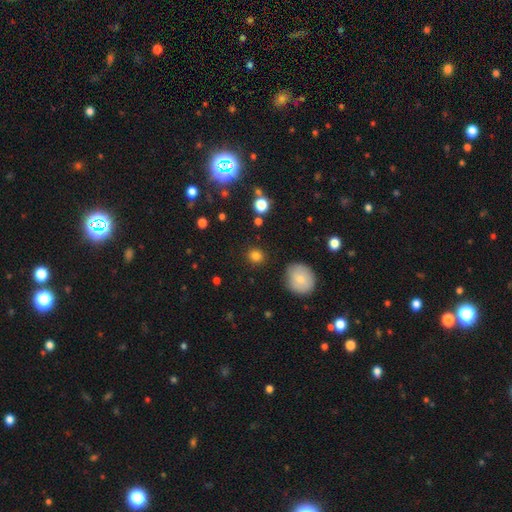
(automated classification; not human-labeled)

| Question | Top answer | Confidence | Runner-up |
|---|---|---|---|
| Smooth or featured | smooth | 82% | star or artifact (13%) |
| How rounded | round | 87% | in between (12%) |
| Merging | none | 88% | minor disturbance (7%) |